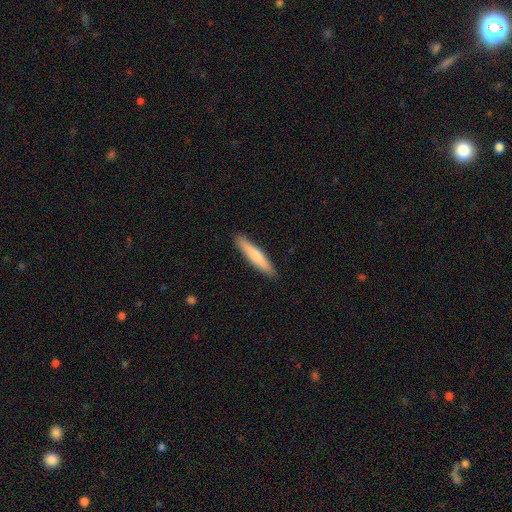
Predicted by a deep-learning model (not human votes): Morphology: type=smooth (74%); roundness=cigar-shaped (92%); merging=none (91%).